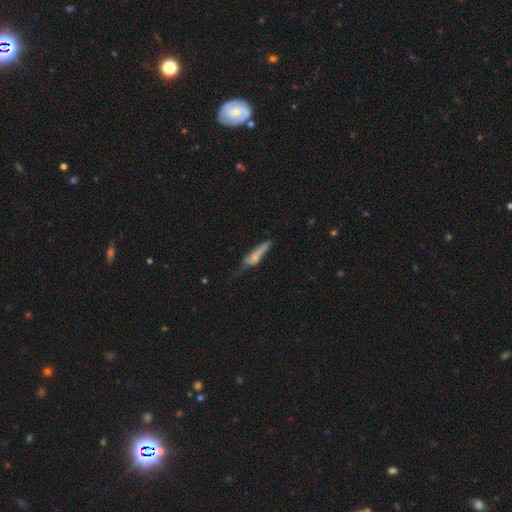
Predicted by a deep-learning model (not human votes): This appears to be a smooth galaxy with no disk features (55%) that is cigar-shaped (71%). Merging: none (34%).